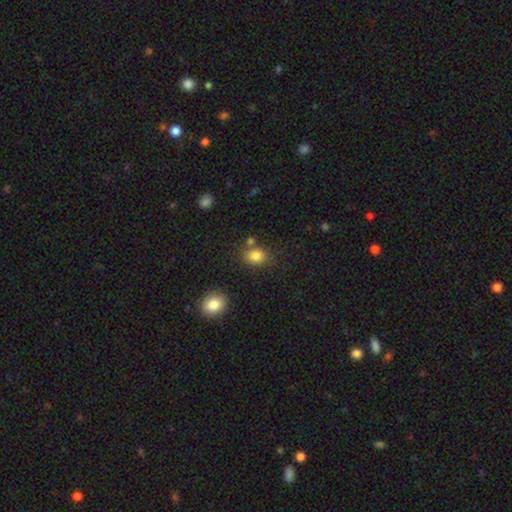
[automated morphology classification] smooth 82%, star or artifact 11%, featured or disk 6%. Down the decision tree: how rounded — in between (52%); merging — none (72%).